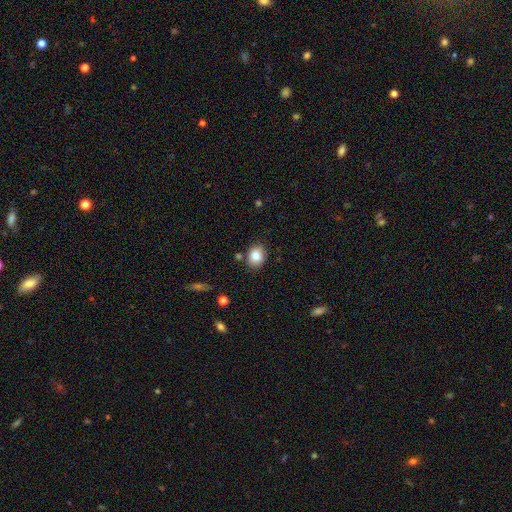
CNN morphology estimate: This appears to be a smooth galaxy with no disk features (85%) that is in between round and cigar-shaped (53%). Merging: none (81%).